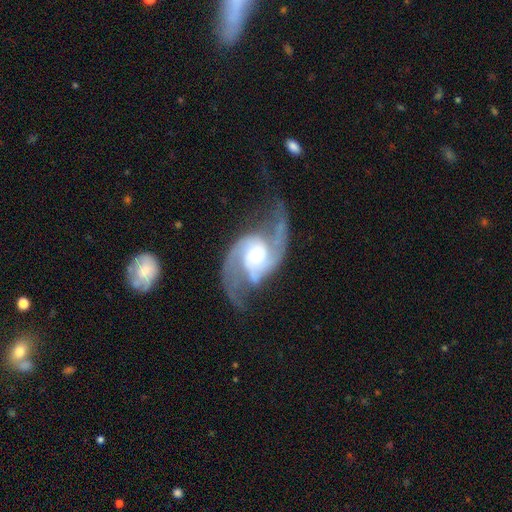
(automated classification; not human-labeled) The model was most divided on "spiral winding": medium: 47%, loose: 41%, tight: 12%. More confident: spiral arms — yes (98%); edge-on disk — no (97%); smooth or featured — featured or disk (92%); spiral arm count — 2 (91%); merging — none (65%); bulge size — moderate (59%); bar — no (56%).